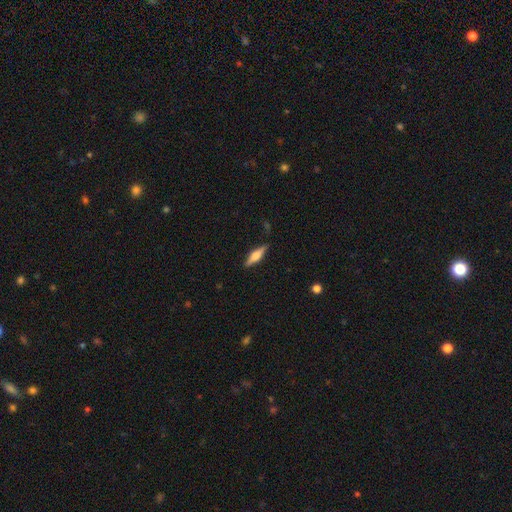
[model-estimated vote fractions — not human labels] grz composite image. It shows a featured or disk galaxy (60%) viewed edge-on (96%) with a rounded central bulge (85%). Merging: none (87%).